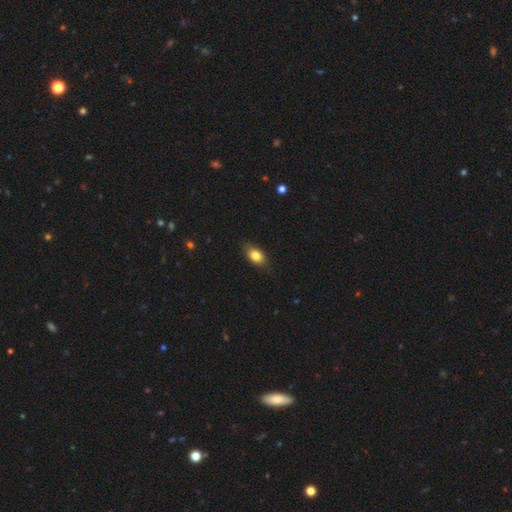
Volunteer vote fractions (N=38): smooth_or_featured: smooth (p=0.82) [alt: star or artifact p=0.11]
how_rounded: in between (p=0.74) [alt: round p=0.19]
merging: none (p=0.79) [alt: minor disturbance p=0.18]